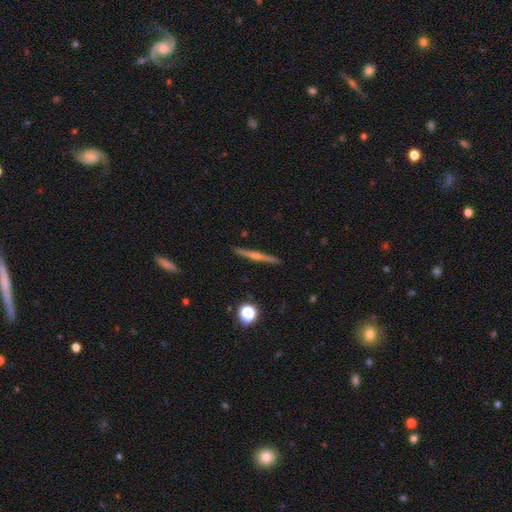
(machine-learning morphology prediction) Smooth or featured? Predicted: featured or disk (p=0.73). Edge-on disk? Predicted: yes (p=0.98). Edge-on bulge? Predicted: rounded (p=0.78). Merging? Predicted: none (p=0.92).